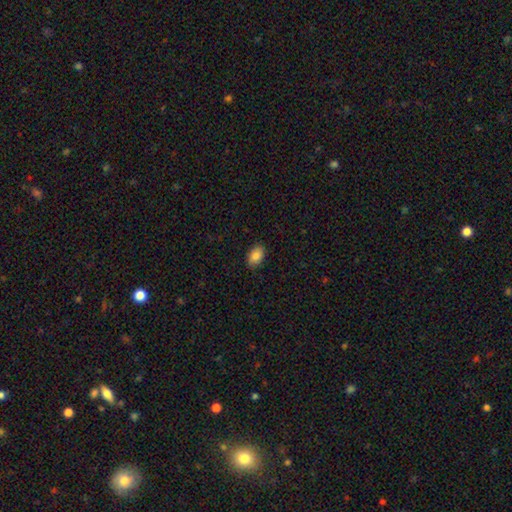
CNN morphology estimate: type=smooth (86%); roundness=in between (87%); merging=none (87%).